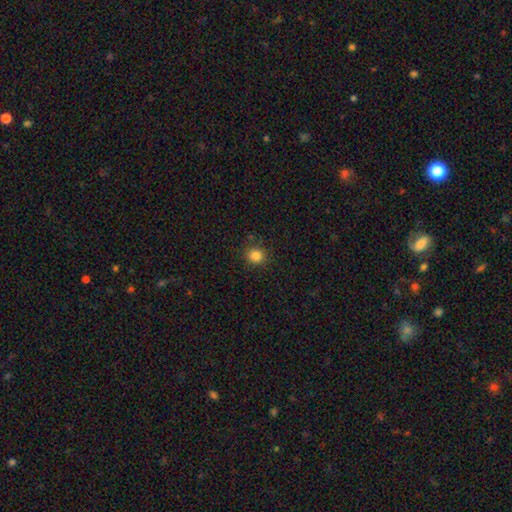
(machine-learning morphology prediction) A smooth galaxy with no disk features (83%) that is round (85%). Merging: none (89%).